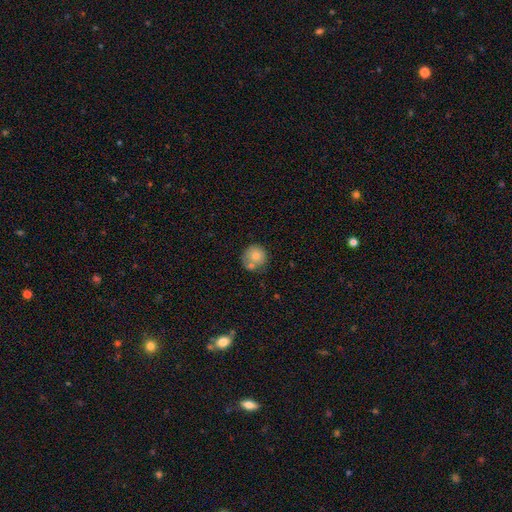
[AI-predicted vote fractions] A smooth galaxy with no disk features (75%) that is round (90%). Merging: none (53%).